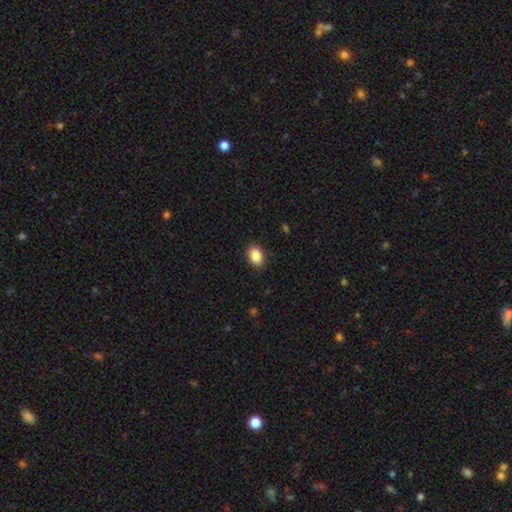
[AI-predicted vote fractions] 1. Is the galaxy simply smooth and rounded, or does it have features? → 88% smooth, 8% star or artifact, 4% featured or disk.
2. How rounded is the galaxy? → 75% in between, 23% round, 1% cigar-shaped.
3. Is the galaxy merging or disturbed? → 89% none, 8% minor disturbance, 2% major disturbance, 1% merger.